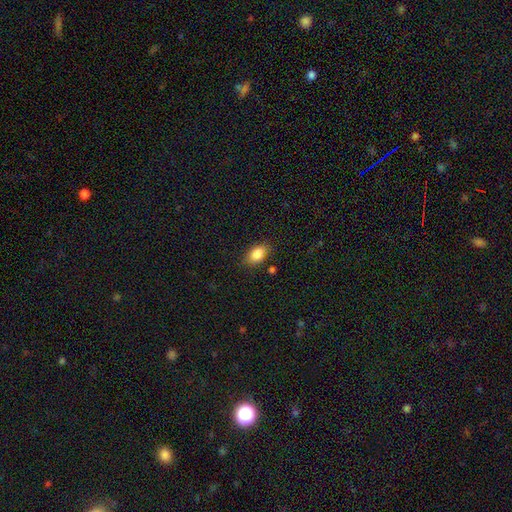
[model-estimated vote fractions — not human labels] Smooth or featured?
  - smooth: 85% *
  - star or artifact: 8%
  - featured or disk: 6%
How rounded?
  - in between: 86% *
  - round: 12%
  - cigar-shaped: 2%
Merging?
  - none: 82% *
  - minor disturbance: 13%
  - major disturbance: 3%
  - merger: 2%